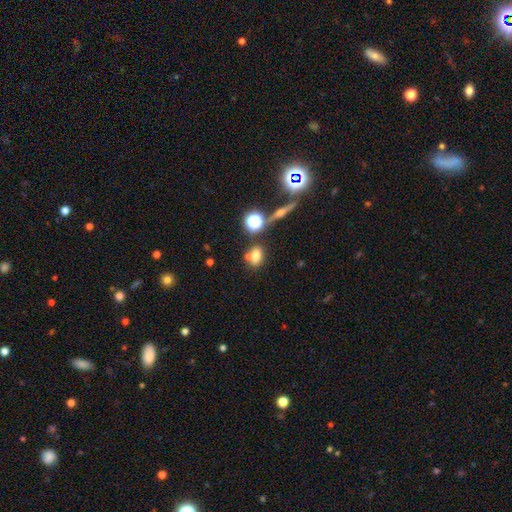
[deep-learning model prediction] Smooth or featured: smooth — 69% (star or artifact — 17%)
How rounded: in between — 72% (round — 23%)
Merging: none — 61% (merger — 22%)